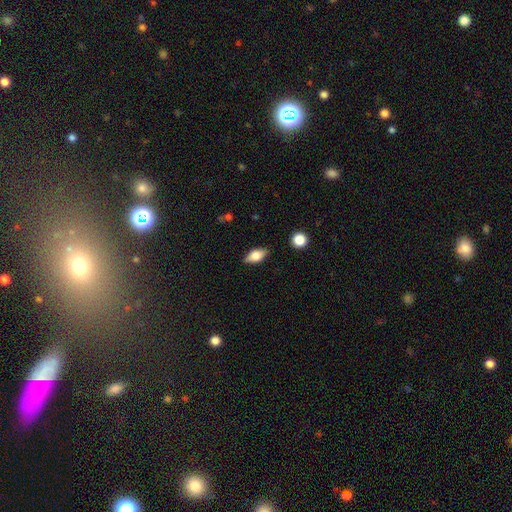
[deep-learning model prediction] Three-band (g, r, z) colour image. It shows a smooth galaxy with no disk features (65%) that is in between round and cigar-shaped (84%). Merging: none (84%).